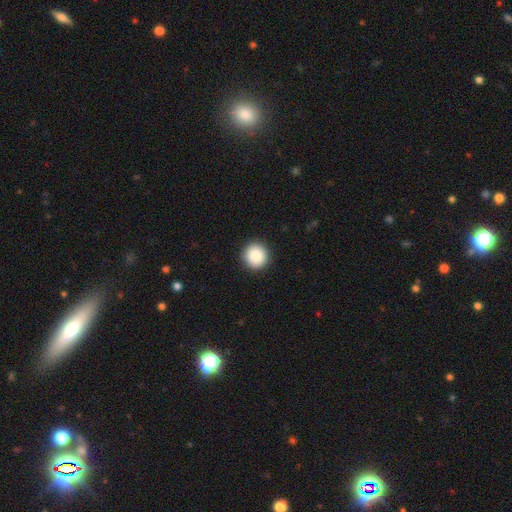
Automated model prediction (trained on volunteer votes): A smooth galaxy with no disk features (88%) that is round (95%).

Vote fractions:
- Smooth or featured? smooth: 88% / star or artifact: 8% / featured or disk: 4%
- How rounded? round: 95% / in between: 4% / cigar-shaped: 1%
- Merging? none: 93% / minor disturbance: 5% / major disturbance: 1% / merger: 1%